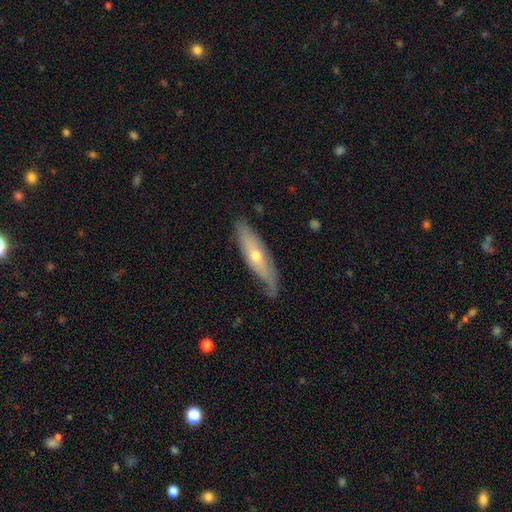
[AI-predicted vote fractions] Overall: featured or disk (55%; smooth 39%). Edge-on disk: yes (53%; no 47%). Merging: none (63%; minor disturbance 27%).